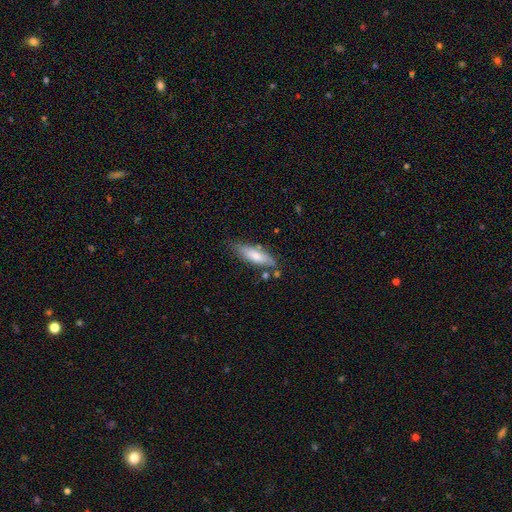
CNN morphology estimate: Smooth or featured?
  - smooth: 69% *
  - featured or disk: 25%
  - star or artifact: 6%
How rounded?
  - cigar-shaped: 53% *
  - in between: 45%
  - round: 2%
Merging?
  - none: 69% *
  - minor disturbance: 20%
  - merger: 7%
  - major disturbance: 4%